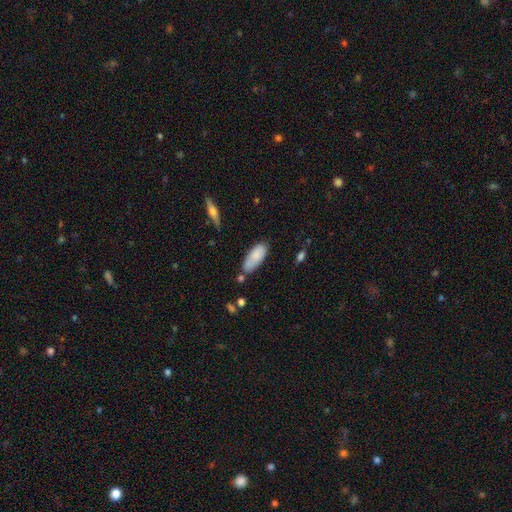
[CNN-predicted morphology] The model was most divided on "merging": none: 63%, minor disturbance: 24%, merger: 7%, major disturbance: 5%. More confident: smooth or featured — smooth (83%); how rounded — in between (80%).